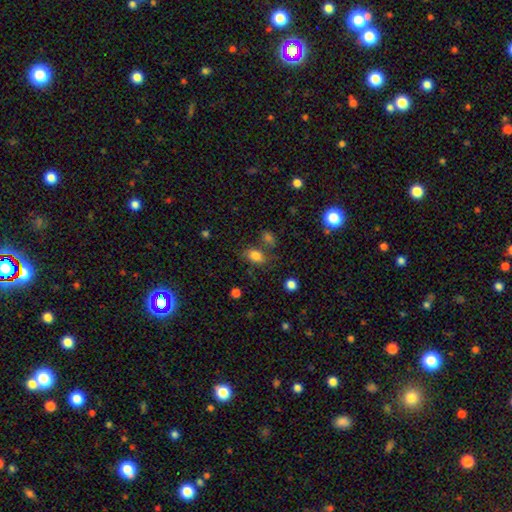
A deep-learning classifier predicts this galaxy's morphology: type=smooth (81%); roundness=in between (77%); merging=none (62%).